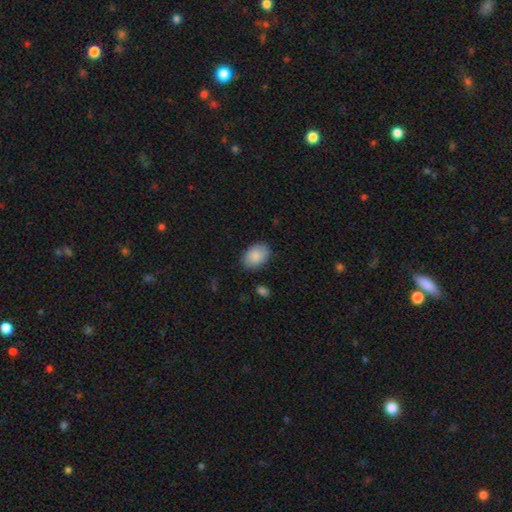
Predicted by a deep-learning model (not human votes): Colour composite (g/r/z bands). It shows a smooth galaxy with no disk features (88%) that is in between round and cigar-shaped (80%). Merging: none (83%).